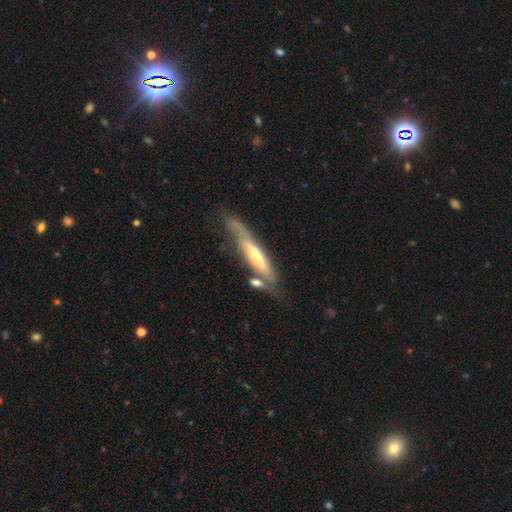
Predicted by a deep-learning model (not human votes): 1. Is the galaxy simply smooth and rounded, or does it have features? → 67% featured or disk, 25% smooth, 8% star or artifact.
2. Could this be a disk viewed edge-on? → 76% yes, 24% no.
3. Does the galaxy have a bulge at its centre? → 59% rounded, 27% none, 14% boxy.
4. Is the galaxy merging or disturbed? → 62% none, 24% minor disturbance, 8% major disturbance, 6% merger.